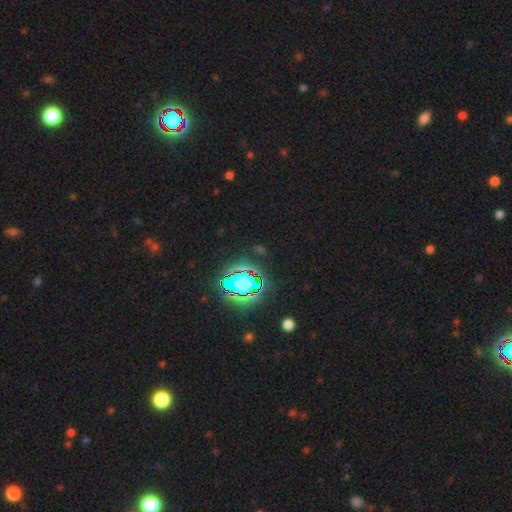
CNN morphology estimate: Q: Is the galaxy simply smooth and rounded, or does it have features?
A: star or artifact — 82%.